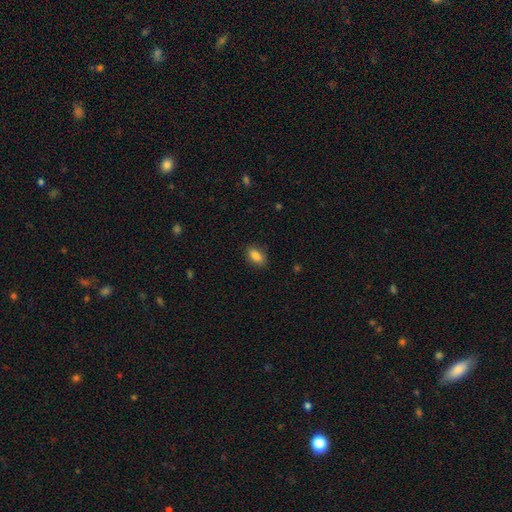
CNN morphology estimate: A smooth galaxy with no disk features (86%) that is in between round and cigar-shaped (88%).

Vote fractions:
- Smooth or featured? smooth: 86% / star or artifact: 8% / featured or disk: 6%
- How rounded? in between: 88% / round: 6% / cigar-shaped: 6%
- Merging? none: 85% / minor disturbance: 11% / major disturbance: 3% / merger: 1%